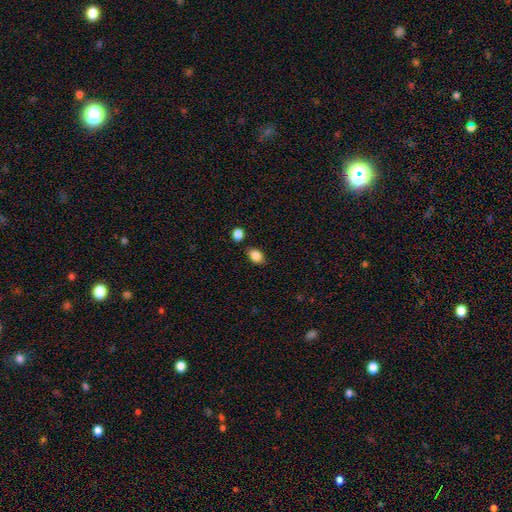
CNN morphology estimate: Smooth or featured: smooth — 87% (star or artifact — 9%)
How rounded: in between — 78% (round — 20%)
Merging: none — 78% (minor disturbance — 13%)